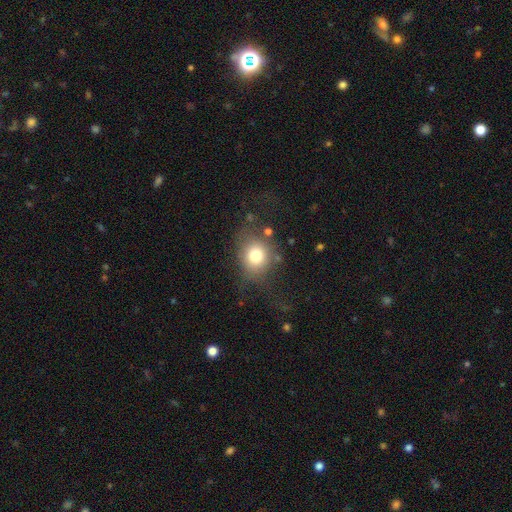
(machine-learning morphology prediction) smooth_or_featured: smooth (p=0.75) [alt: featured or disk p=0.13]
how_rounded: round (p=0.69) [alt: in between p=0.30]
merging: none (p=0.61) [alt: minor disturbance p=0.19]